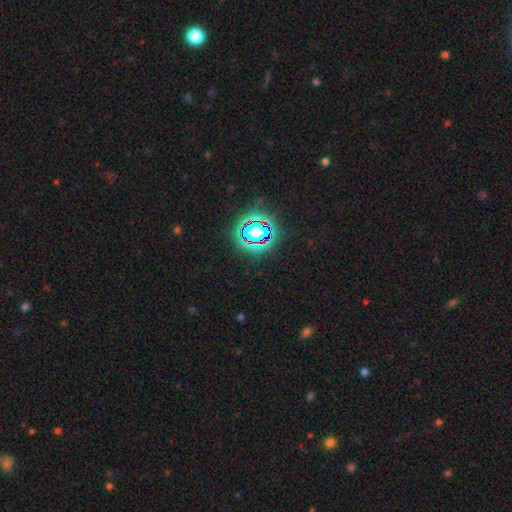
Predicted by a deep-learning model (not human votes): This appears to be a star or artifact, not a galaxy (82%).